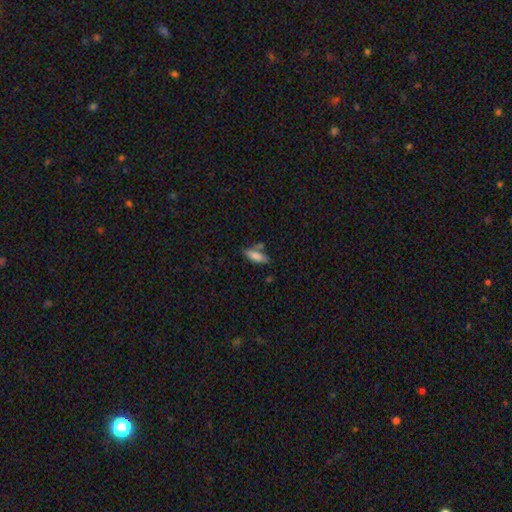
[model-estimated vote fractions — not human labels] Morphology: type=smooth (79%); roundness=in between (53%); merging=none (61%).